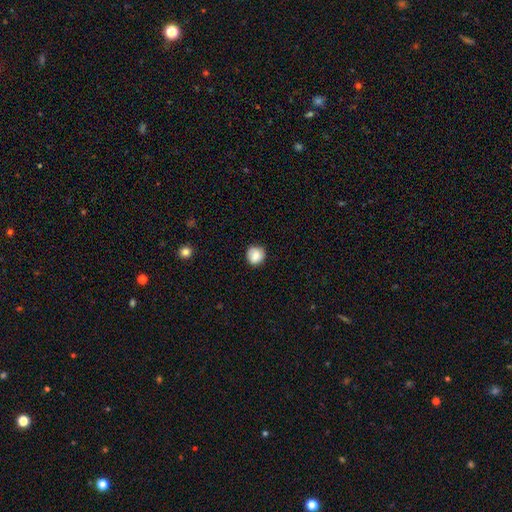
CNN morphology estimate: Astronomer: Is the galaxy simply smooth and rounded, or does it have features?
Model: smooth — 82%.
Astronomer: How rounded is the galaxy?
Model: round — 92%.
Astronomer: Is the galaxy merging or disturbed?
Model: none — 85%.